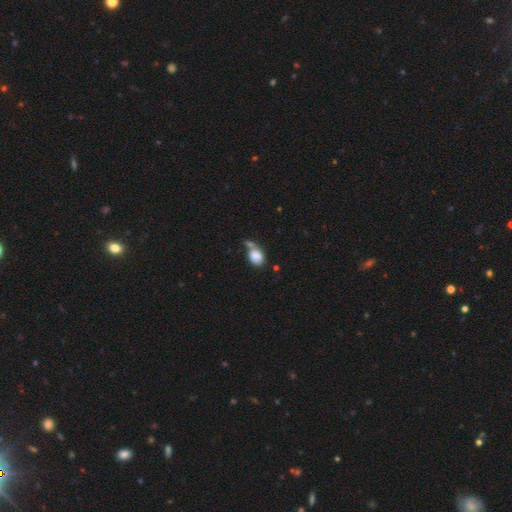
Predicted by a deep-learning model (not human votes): A smooth galaxy with no disk features (82%) that is in between round and cigar-shaped (62%). Merging: merger (41%).